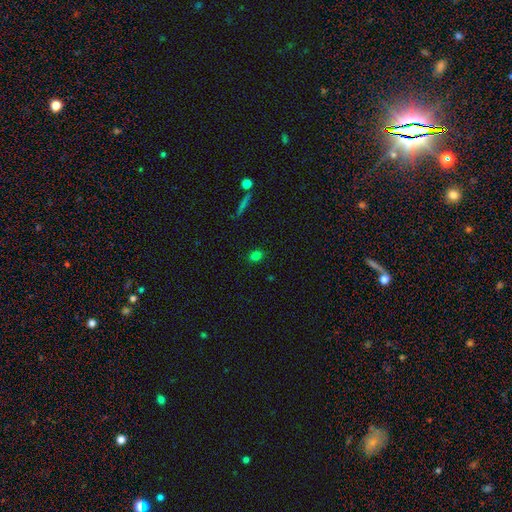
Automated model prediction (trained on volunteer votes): This appears to be a smooth galaxy with no disk features (79%) that is in between round and cigar-shaped (66%). Merging: none (86%).